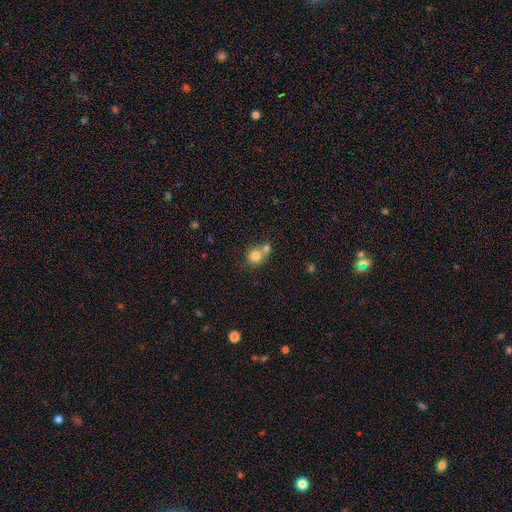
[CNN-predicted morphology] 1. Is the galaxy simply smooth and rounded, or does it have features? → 79% smooth, 11% star or artifact, 11% featured or disk.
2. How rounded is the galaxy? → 83% round, 16% in between, 1% cigar-shaped.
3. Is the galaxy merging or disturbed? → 46% merger, 43% none, 8% minor disturbance, 3% major disturbance.